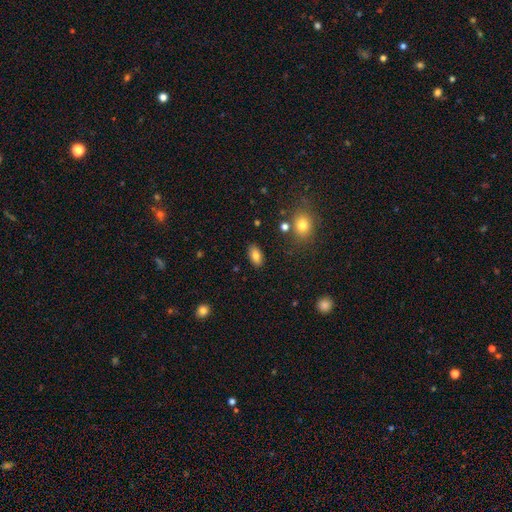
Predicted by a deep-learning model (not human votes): Morphology: type=smooth (81%); roundness=in between (91%); merging=none (86%).